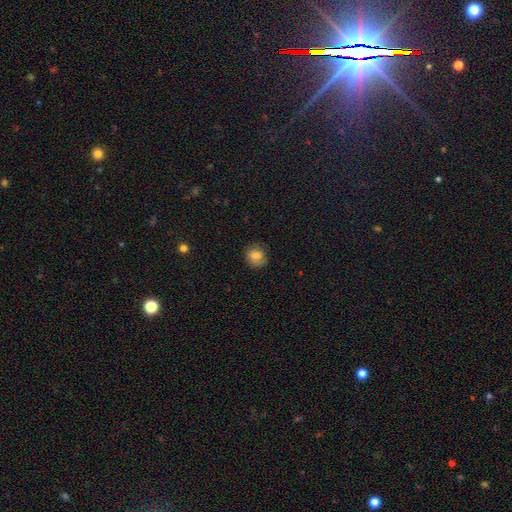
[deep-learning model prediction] Morphology: type=smooth (77%); roundness=round (81%); merging=none (82%).